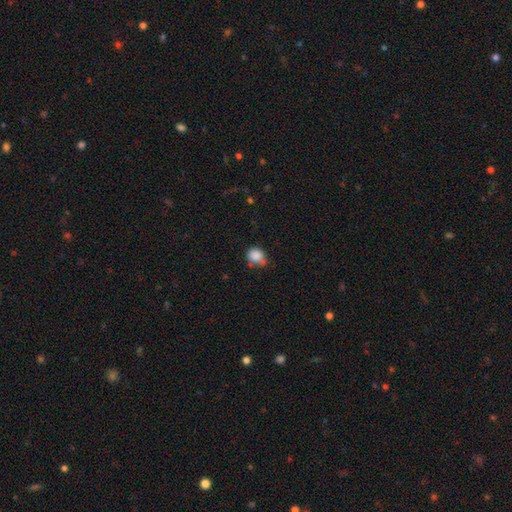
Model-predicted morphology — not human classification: A smooth galaxy with no disk features (85%) that is round (58%). Merging: none (48%).